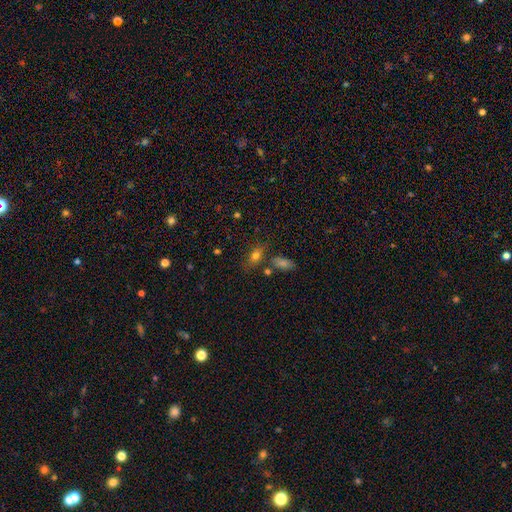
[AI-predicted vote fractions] A smooth galaxy with no disk features (77%) that is in between round and cigar-shaped (81%).

Vote fractions:
- Smooth or featured? smooth: 77% / featured or disk: 12% / star or artifact: 11%
- How rounded? in between: 81% / round: 14% / cigar-shaped: 6%
- Merging? none: 66% / minor disturbance: 16% / merger: 13% / major disturbance: 5%